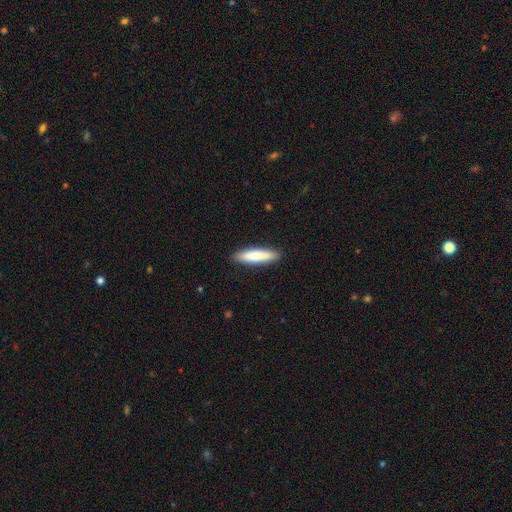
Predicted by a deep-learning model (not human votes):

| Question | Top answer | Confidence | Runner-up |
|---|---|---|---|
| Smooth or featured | smooth | 77% | featured or disk (17%) |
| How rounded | cigar-shaped | 80% | in between (18%) |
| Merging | none | 90% | minor disturbance (8%) |